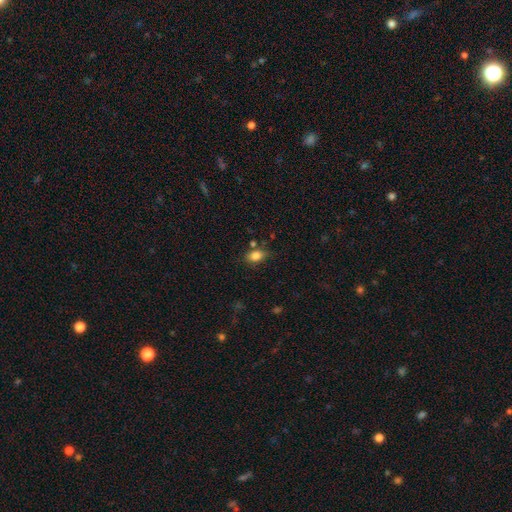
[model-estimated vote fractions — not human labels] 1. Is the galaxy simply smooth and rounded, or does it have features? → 83% smooth, 10% star or artifact, 6% featured or disk.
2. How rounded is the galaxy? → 77% in between, 21% round, 2% cigar-shaped.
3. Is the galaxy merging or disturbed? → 70% none, 19% minor disturbance, 6% merger, 5% major disturbance.